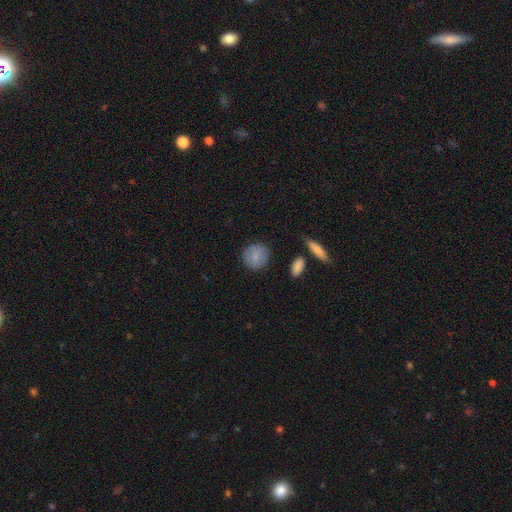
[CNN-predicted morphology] Smooth or featured? Predicted: smooth (p=0.84). How rounded? Predicted: round (p=0.85). Merging? Predicted: none (p=0.84).